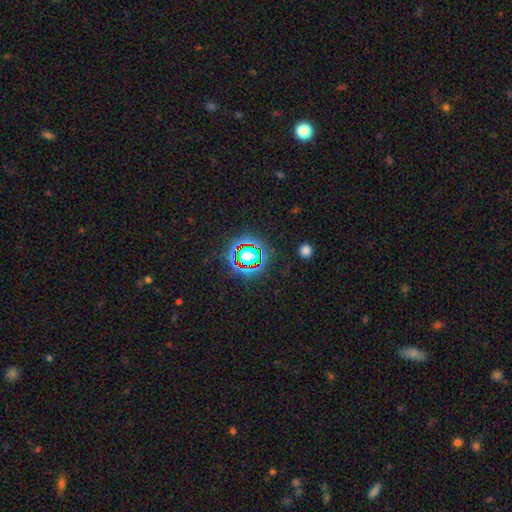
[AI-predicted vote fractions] smooth-or-featured: star or artifact: 77% | smooth: 15% | featured or disk: 9%